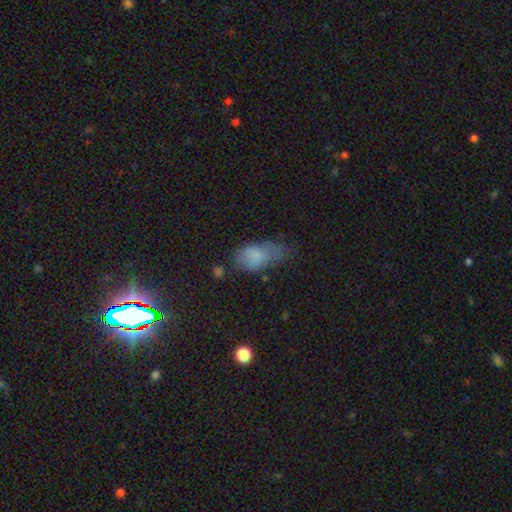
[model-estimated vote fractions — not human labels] smooth 74%, featured or disk 15%, star or artifact 11%. Down the decision tree: how rounded — in between (90%); merging — minor disturbance (38%).